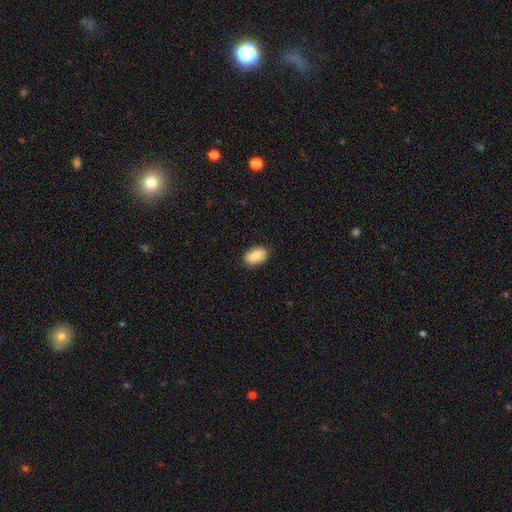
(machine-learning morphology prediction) Smooth or featured?
  - smooth: 80% *
  - featured or disk: 13%
  - star or artifact: 7%
How rounded?
  - in between: 92% *
  - round: 6%
  - cigar-shaped: 2%
Merging?
  - none: 86% *
  - minor disturbance: 11%
  - major disturbance: 2%
  - merger: 1%